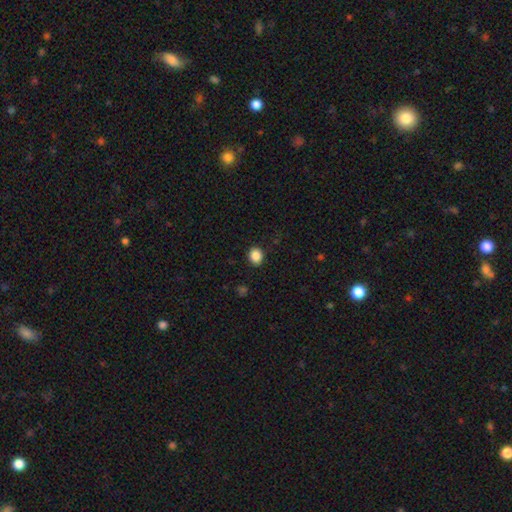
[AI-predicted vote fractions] smooth 87%, star or artifact 10%, featured or disk 3%. Down the decision tree: how rounded — round (69%); merging — none (91%).